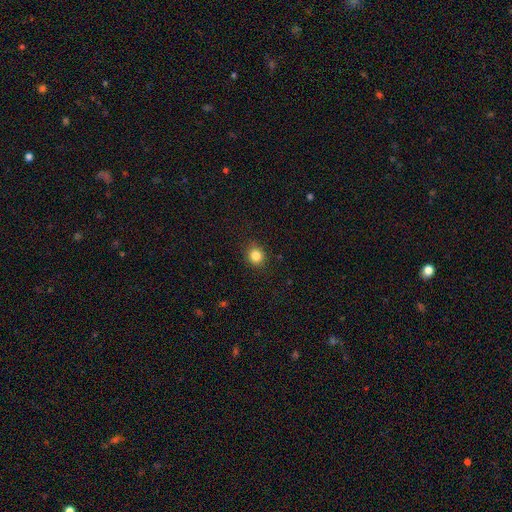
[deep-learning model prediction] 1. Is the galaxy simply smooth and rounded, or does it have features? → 84% smooth, 11% star or artifact, 4% featured or disk.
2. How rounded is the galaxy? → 84% round, 15% in between, 1% cigar-shaped.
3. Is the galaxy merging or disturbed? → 89% none, 8% minor disturbance, 2% major disturbance, 1% merger.